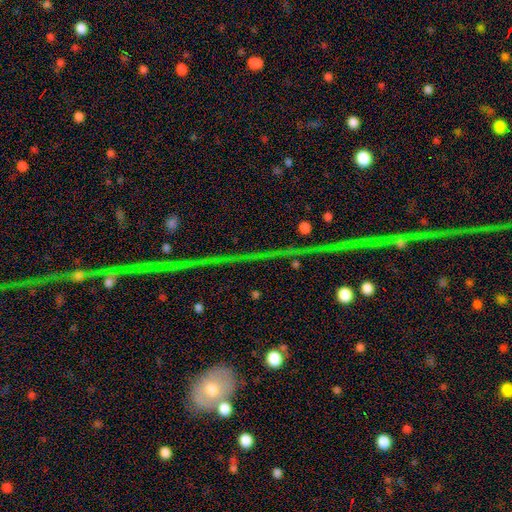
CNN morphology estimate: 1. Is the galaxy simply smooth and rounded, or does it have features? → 66% star or artifact, 21% featured or disk, 13% smooth.